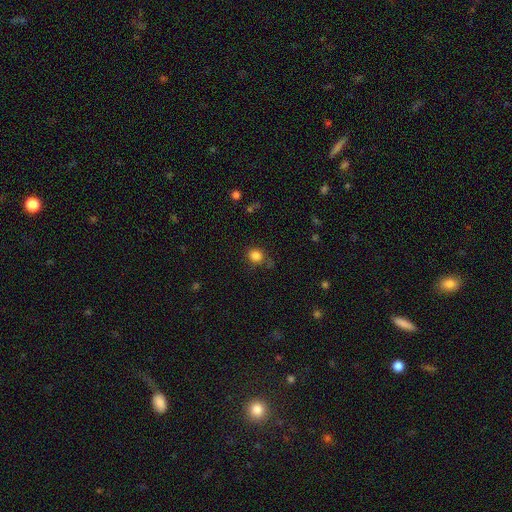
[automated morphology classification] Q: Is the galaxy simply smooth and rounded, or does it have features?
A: smooth — 84%.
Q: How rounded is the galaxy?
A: round — 77%.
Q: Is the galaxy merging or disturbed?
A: none — 75%.